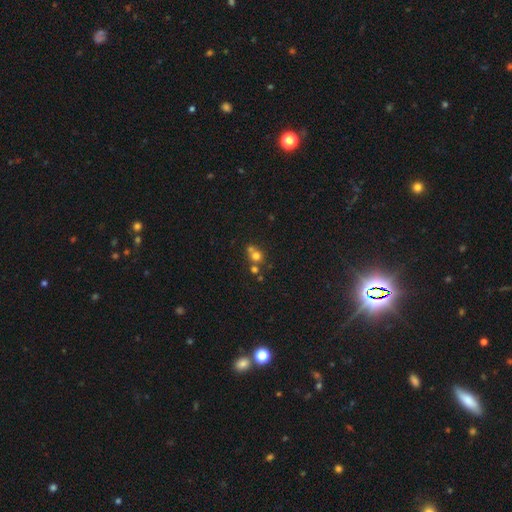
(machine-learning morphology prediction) Smooth or featured: smooth — 67% (star or artifact — 17%)
How rounded: round — 82% (in between — 17%)
Merging: merger — 45% (none — 43%)